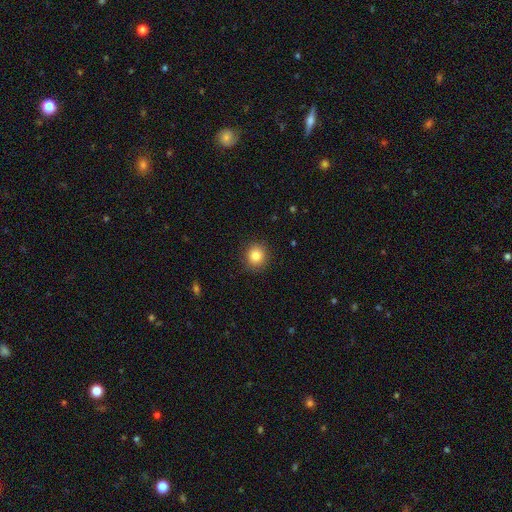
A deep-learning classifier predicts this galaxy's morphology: Q: Smooth or featured?
A: smooth (83%); runner-up: star or artifact (10%)
Q: How rounded?
A: round (90%); runner-up: in between (9%)
Q: Merging?
A: none (90%); runner-up: minor disturbance (7%)